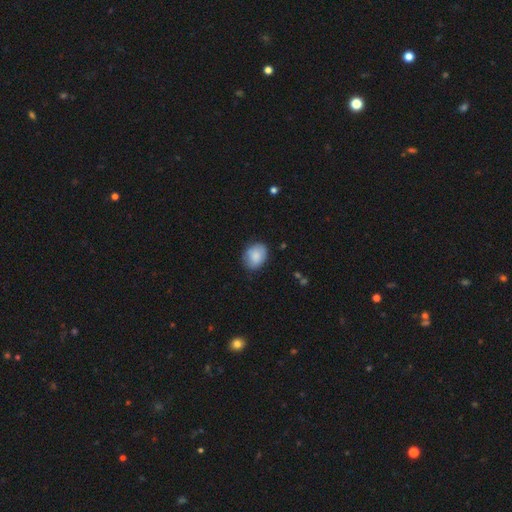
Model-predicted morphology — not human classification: smooth_or_featured: smooth (p=0.84) [alt: featured or disk p=0.09]
how_rounded: in between (p=0.57) [alt: round p=0.42]
merging: none (p=0.77) [alt: minor disturbance p=0.18]